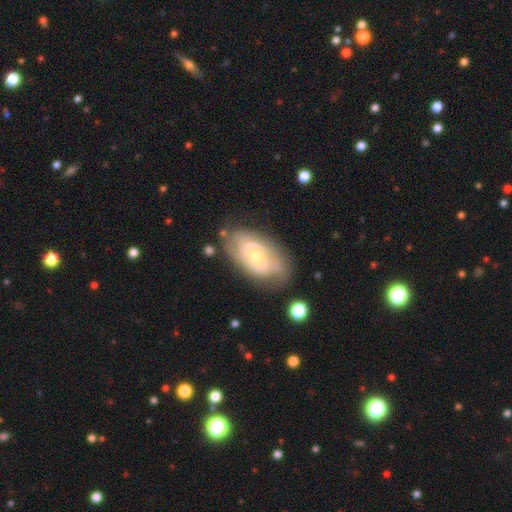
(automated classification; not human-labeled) Smooth or featured? featured or disk (81%)
Edge-on disk? no (95%)
Bar? no (62%)
Spiral arms? yes (92%)
Spiral winding? tight (61%)
Spiral arm count? 2 (40%)
Bulge size? small (49%)
Merging? none (71%)